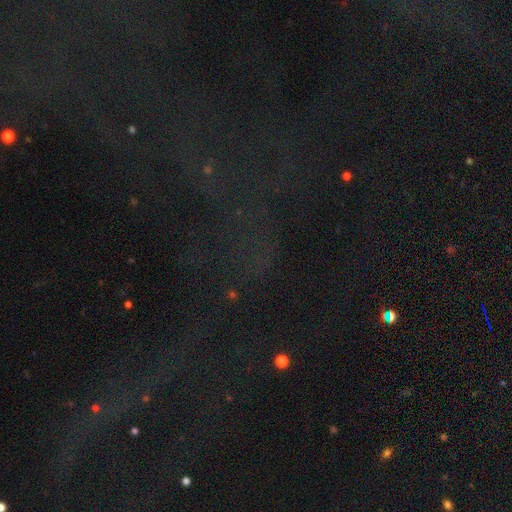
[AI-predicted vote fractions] A star or artifact, not a galaxy (70%).

Vote fractions:
- Smooth or featured? star or artifact: 70% / smooth: 16% / featured or disk: 14%